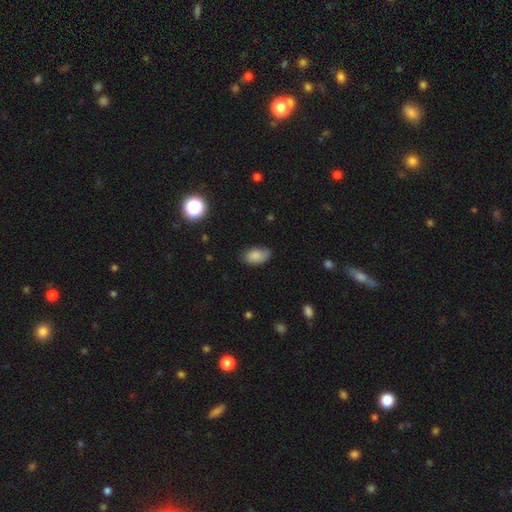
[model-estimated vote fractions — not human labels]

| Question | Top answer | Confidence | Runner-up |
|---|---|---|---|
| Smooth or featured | smooth | 84% | star or artifact (8%) |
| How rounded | in between | 93% | round (5%) |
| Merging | none | 75% | minor disturbance (20%) |